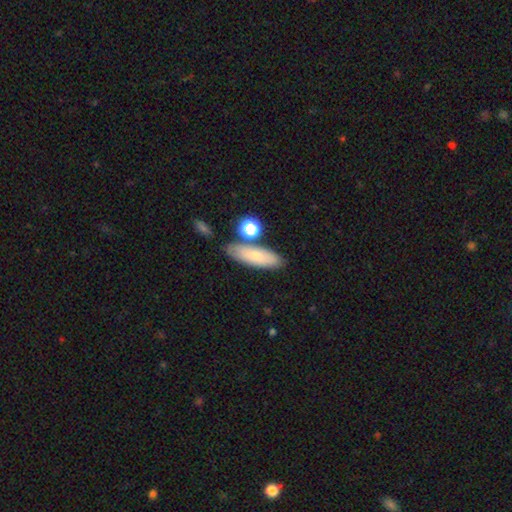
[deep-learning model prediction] A smooth galaxy with no disk features (75%) that is in between round and cigar-shaped (53%).

Vote fractions:
- Smooth or featured? smooth: 75% / featured or disk: 17% / star or artifact: 8%
- How rounded? in between: 53% / cigar-shaped: 43% / round: 4%
- Merging? none: 74% / minor disturbance: 13% / merger: 10% / major disturbance: 3%